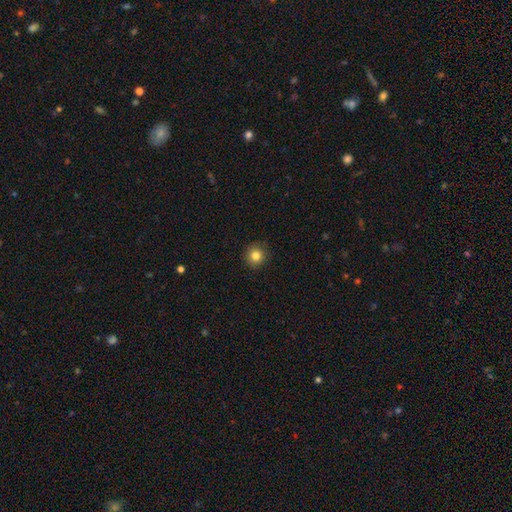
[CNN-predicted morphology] Q: Smooth or featured?
A: smooth (83%); runner-up: star or artifact (11%)
Q: How rounded?
A: round (93%); runner-up: in between (6%)
Q: Merging?
A: none (90%); runner-up: minor disturbance (7%)